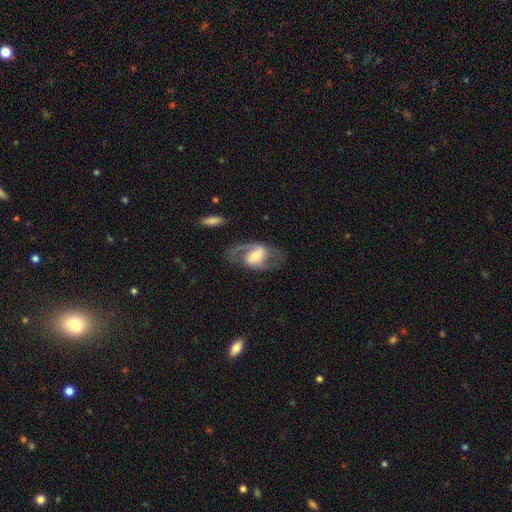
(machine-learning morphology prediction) smooth_or_featured: featured or disk (p=0.76) [alt: smooth p=0.18]
disk_edge_on: no (p=0.95) [alt: yes p=0.05]
bar: weak (p=0.43) [alt: strong p=0.32]
has_spiral_arms: yes (p=0.88) [alt: no p=0.12]
spiral_winding: medium (p=0.50) [alt: loose p=0.35]
spiral_arm_count: 2 (p=0.75) [alt: 1 p=0.16]
bulge_size: moderate (p=0.52) [alt: small p=0.29]
merging: none (p=0.62) [alt: major disturbance p=0.18]